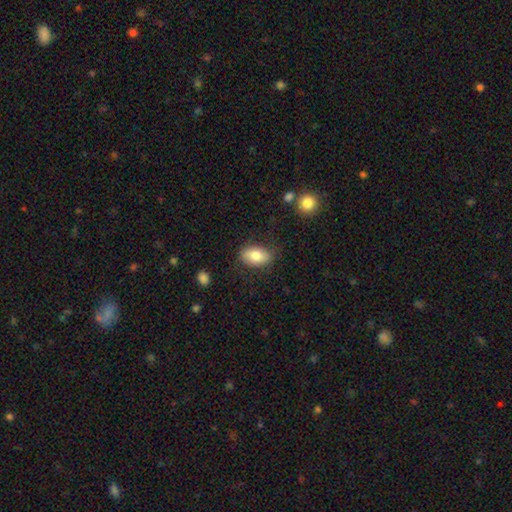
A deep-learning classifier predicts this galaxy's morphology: This is likely a smooth galaxy (79%). How rounded: clearly in between (90%). Merging: likely none (77%).